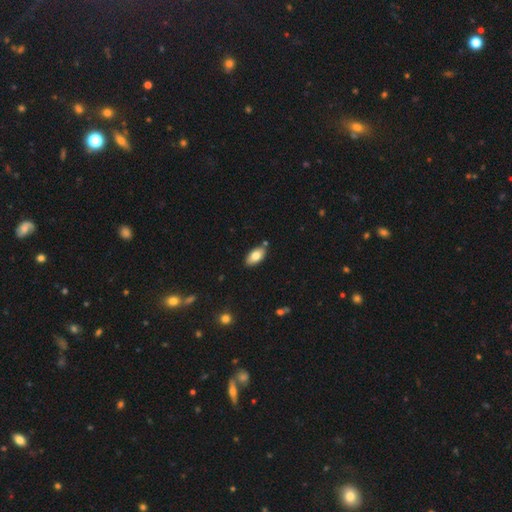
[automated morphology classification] Smooth or featured?
  - smooth: 78% *
  - featured or disk: 15%
  - star or artifact: 7%
How rounded?
  - in between: 93% *
  - cigar-shaped: 4%
  - round: 3%
Merging?
  - none: 83% *
  - minor disturbance: 11%
  - merger: 4%
  - major disturbance: 2%